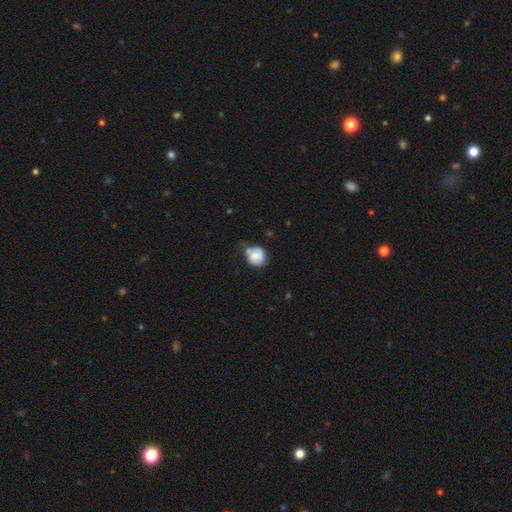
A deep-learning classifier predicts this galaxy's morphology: Q: Smooth or featured?
A: smooth (72%); runner-up: featured or disk (20%)
Q: How rounded?
A: round (75%); runner-up: in between (24%)
Q: Merging?
A: none (46%); runner-up: minor disturbance (35%)